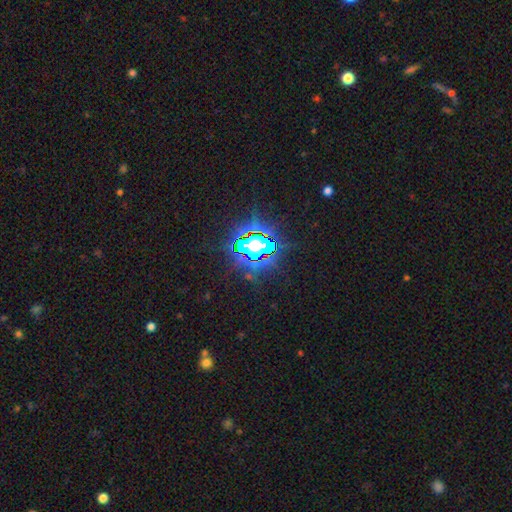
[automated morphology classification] This appears to be a star or artifact, not a galaxy (81%).